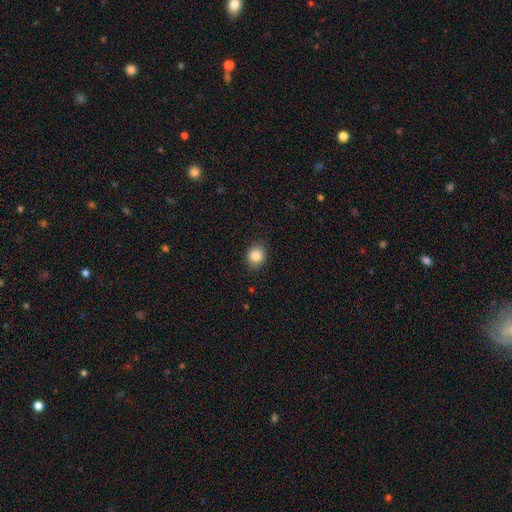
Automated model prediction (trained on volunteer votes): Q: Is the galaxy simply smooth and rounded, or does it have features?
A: smooth — 85%.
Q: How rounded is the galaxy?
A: round — 71%.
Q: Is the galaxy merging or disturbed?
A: none — 87%.